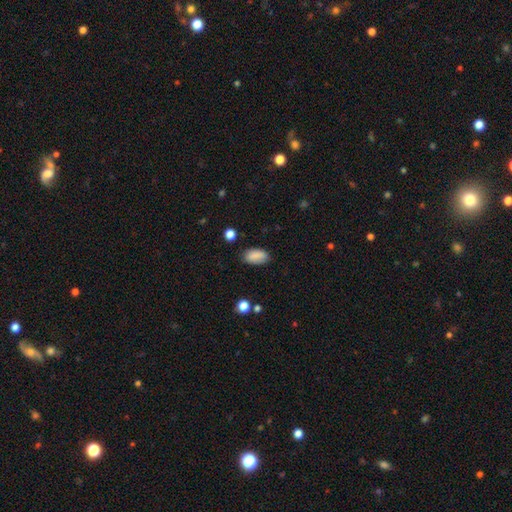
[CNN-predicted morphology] Smooth or featured?
  - smooth: 87% *
  - star or artifact: 8%
  - featured or disk: 5%
How rounded?
  - in between: 93% *
  - round: 4%
  - cigar-shaped: 4%
Merging?
  - none: 81% *
  - minor disturbance: 14%
  - major disturbance: 3%
  - merger: 2%